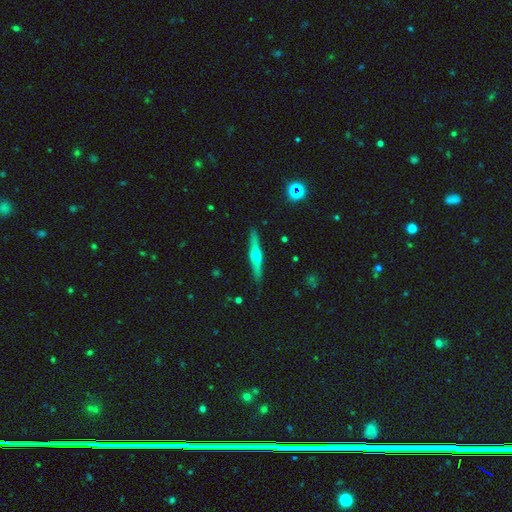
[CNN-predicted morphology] This appears to be a featured or disk galaxy (69%) viewed edge-on (97%) with a rounded central bulge (93%). Merging: none (90%).